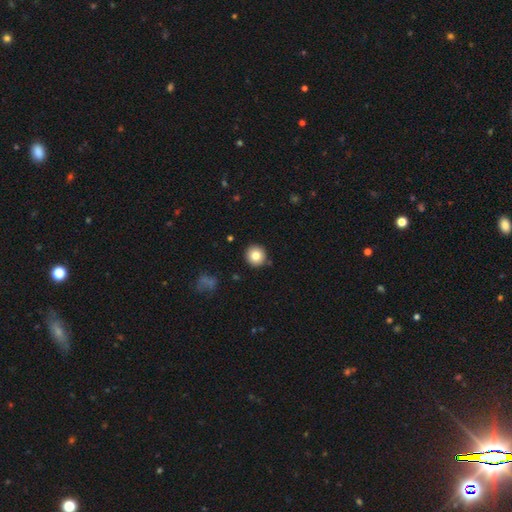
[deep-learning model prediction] Smooth or featured?
  - smooth: 81% *
  - star or artifact: 10%
  - featured or disk: 9%
How rounded?
  - round: 93% *
  - in between: 6%
  - cigar-shaped: 1%
Merging?
  - none: 89% *
  - minor disturbance: 7%
  - merger: 2%
  - major disturbance: 2%